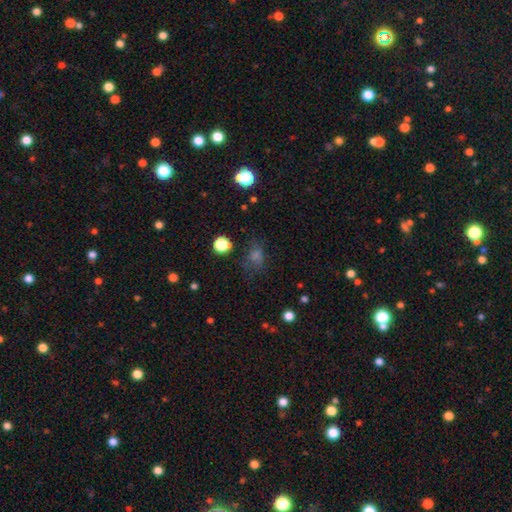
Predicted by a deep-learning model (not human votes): smooth 57%, star or artifact 29%, featured or disk 14%. Down the decision tree: how rounded — in between (58%); merging — none (61%).